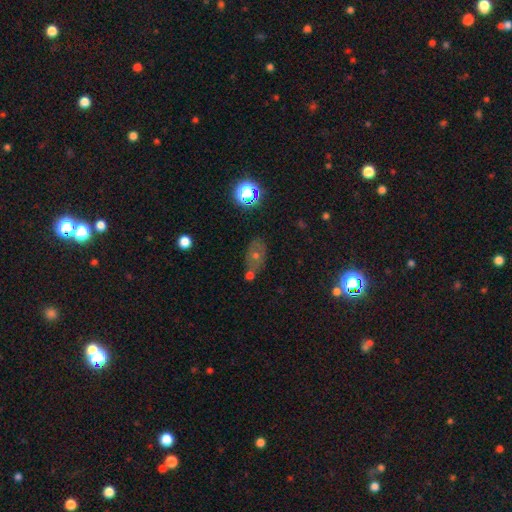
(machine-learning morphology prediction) This is marginally a smooth galaxy (38%). Merging: likely none (63%).